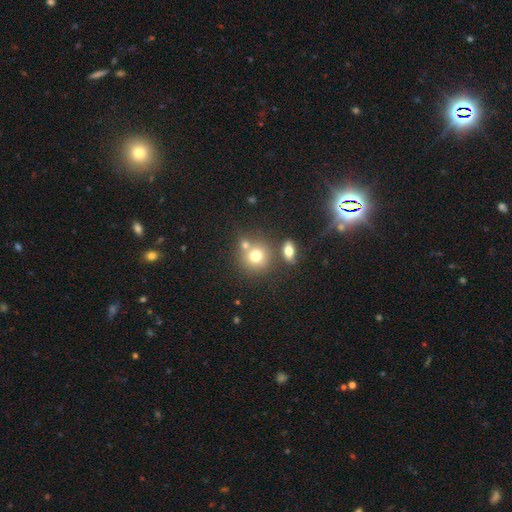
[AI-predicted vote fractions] smooth-or-featured: smooth: 74% | featured or disk: 14% | star or artifact: 13%
  how-rounded: round: 87% | in between: 12% | cigar-shaped: 1%
  merging: none: 57% | merger: 30% | minor disturbance: 9% | major disturbance: 4%